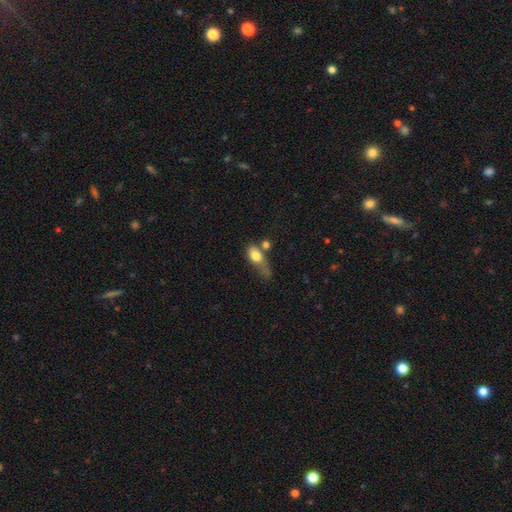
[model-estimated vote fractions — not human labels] Smooth or featured?
  - smooth: 73% *
  - featured or disk: 19%
  - star or artifact: 8%
How rounded?
  - in between: 70% *
  - round: 19%
  - cigar-shaped: 11%
Merging?
  - merger: 29% *
  - major disturbance: 28%
  - none: 22%
  - minor disturbance: 21%